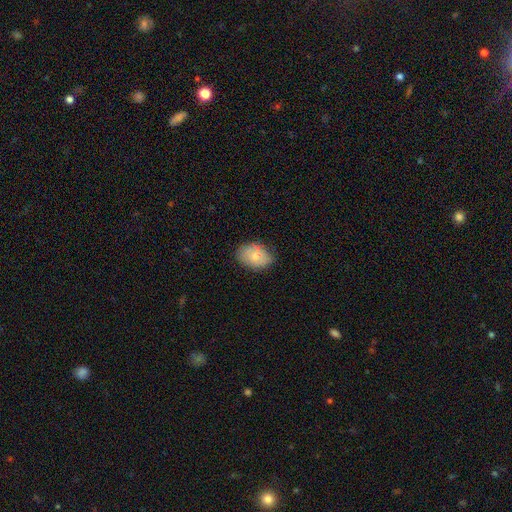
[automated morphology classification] The model was most divided on "merging": none: 75%, minor disturbance: 20%, major disturbance: 4%, merger: 1%. More confident: how rounded — in between (84%); smooth or featured — smooth (77%).